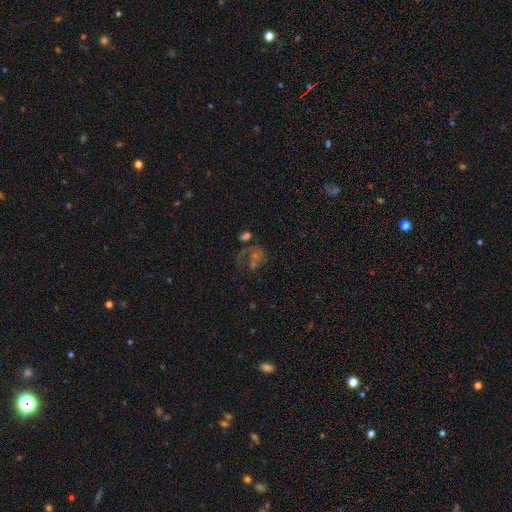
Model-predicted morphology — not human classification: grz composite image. It shows a featured or disk galaxy (44%). Merging: none (38%).